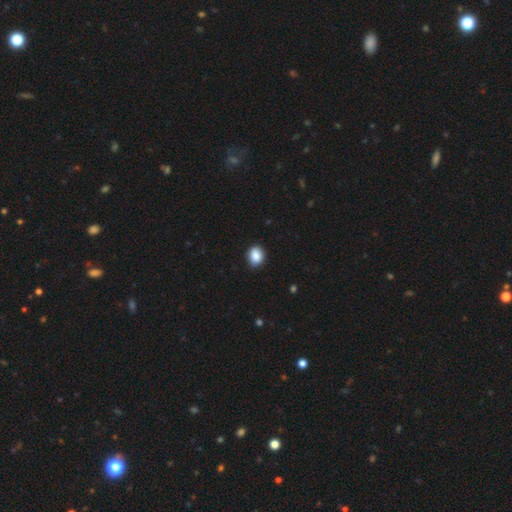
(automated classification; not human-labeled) A smooth galaxy with no disk features (87%) that is round (53%).

Vote fractions:
- Smooth or featured? smooth: 87% / star or artifact: 8% / featured or disk: 4%
- How rounded? round: 53% / in between: 46% / cigar-shaped: 1%
- Merging? none: 87% / minor disturbance: 10% / major disturbance: 2% / merger: 1%